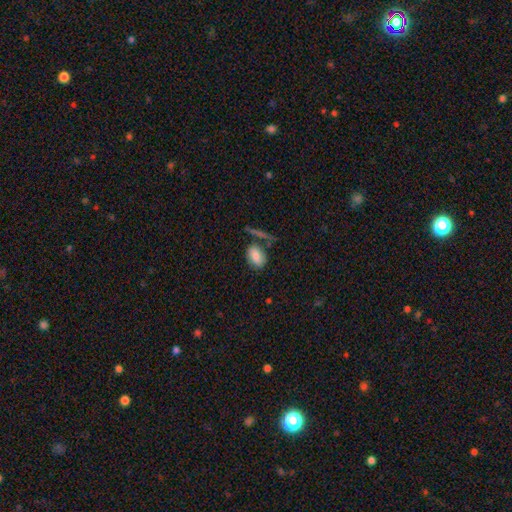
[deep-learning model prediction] Overall: smooth (77%). How rounded: in between (83%). Merging: none (61%).